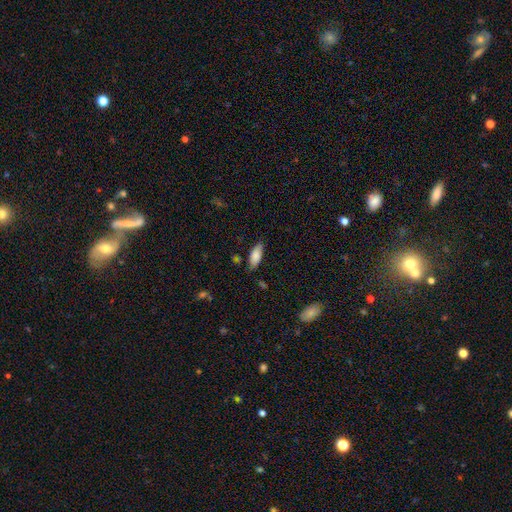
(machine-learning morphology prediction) Smooth or featured? Predicted: smooth (p=0.83). How rounded? Predicted: in between (p=0.79). Merging? Predicted: none (p=0.75).